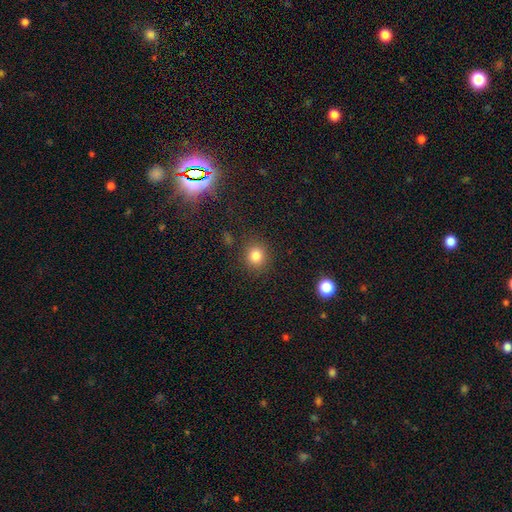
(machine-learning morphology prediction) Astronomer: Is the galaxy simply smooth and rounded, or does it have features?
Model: smooth — 82%.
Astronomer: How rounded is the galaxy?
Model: round — 86%.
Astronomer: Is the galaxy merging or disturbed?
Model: none — 86%.